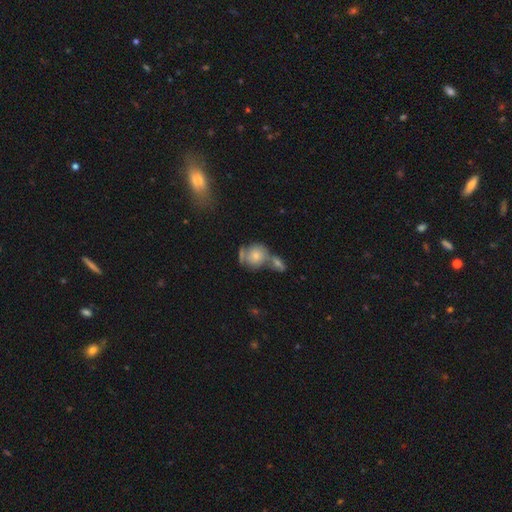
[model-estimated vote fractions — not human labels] smooth_or_featured: smooth (p=0.64) [alt: featured or disk p=0.27]
how_rounded: round (p=0.77) [alt: in between p=0.21]
merging: merger (p=0.44) [alt: none p=0.36]